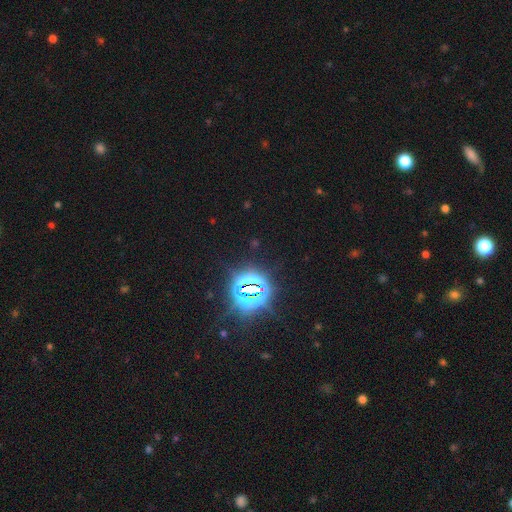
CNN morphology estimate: Smooth or featured? Predicted: star or artifact (p=0.84).